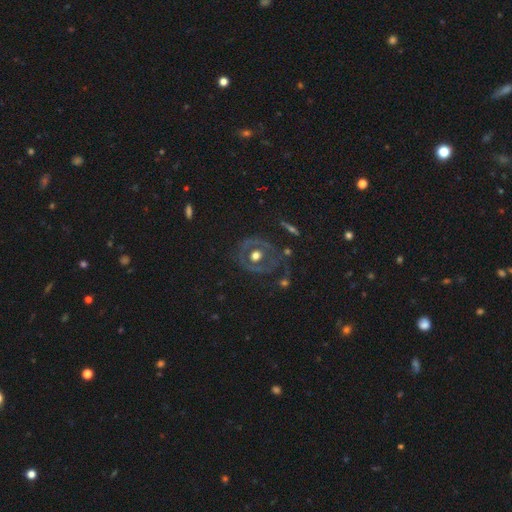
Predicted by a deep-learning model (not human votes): smooth-or-featured: featured or disk: 59% | smooth: 31% | star or artifact: 9%
  disk-edge-on: no: 94% | yes: 6%
    bar: no: 85% | weak: 11% | strong: 4%
    has-spiral-arms: no: 80% | yes: 20%
    bulge-size: moderate: 61% | large: 30% | small: 5% | dominant: 3% | none: 2%
  merging: none: 66% | minor disturbance: 18% | major disturbance: 12% | merger: 4%